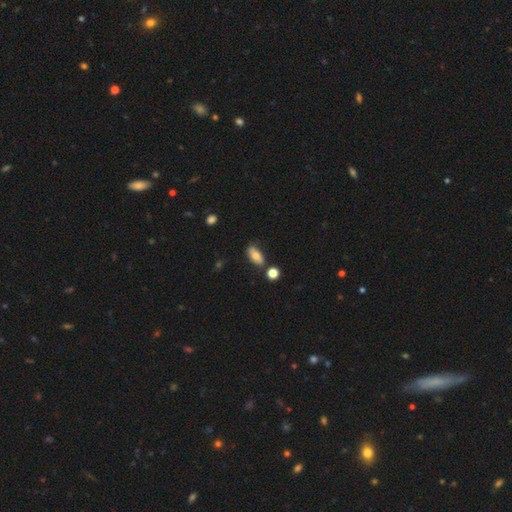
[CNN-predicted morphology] This is likely a smooth galaxy (71%). How rounded: clearly in between (85%). Merging: likely none (70%).